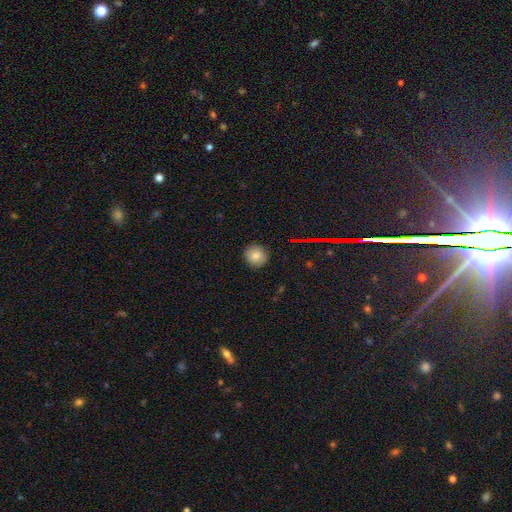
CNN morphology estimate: Smooth or featured: smooth — 80% (star or artifact — 11%)
How rounded: round — 91% (in between — 8%)
Merging: none — 89% (minor disturbance — 8%)